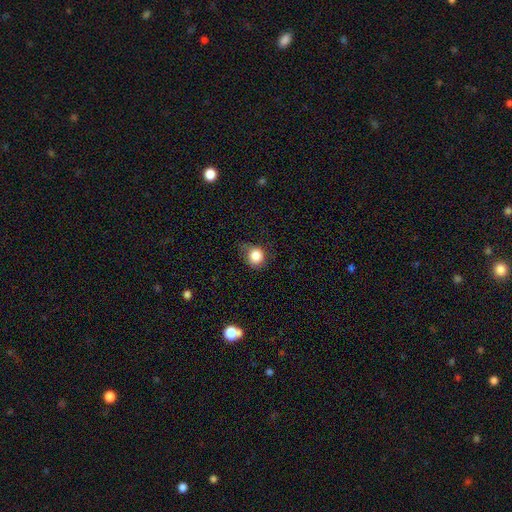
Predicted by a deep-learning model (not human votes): Smooth or featured? smooth (84%)
How rounded? round (82%)
Merging? none (62%)